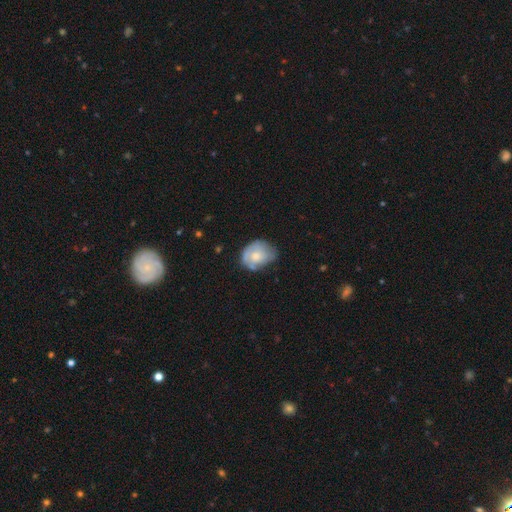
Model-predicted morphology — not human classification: smooth-or-featured: smooth: 54% | featured or disk: 40% | star or artifact: 7%
  how-rounded: in between: 52% | round: 47% | cigar-shaped: 1%
  merging: none: 50% | minor disturbance: 34% | major disturbance: 13% | merger: 3%